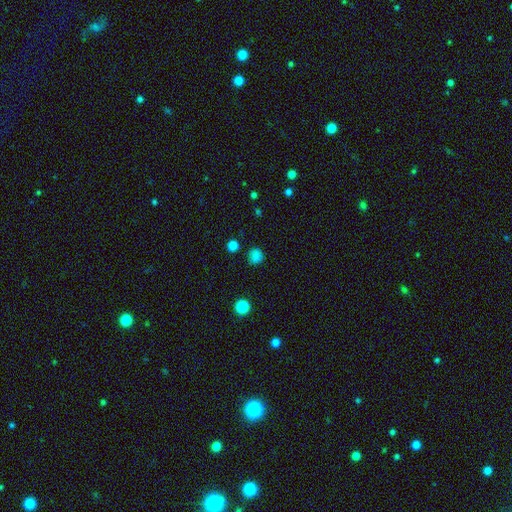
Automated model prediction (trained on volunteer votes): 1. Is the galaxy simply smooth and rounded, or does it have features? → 79% smooth, 17% star or artifact, 3% featured or disk.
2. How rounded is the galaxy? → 86% round, 13% in between, 1% cigar-shaped.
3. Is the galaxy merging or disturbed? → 83% none, 11% minor disturbance, 4% major disturbance, 3% merger.